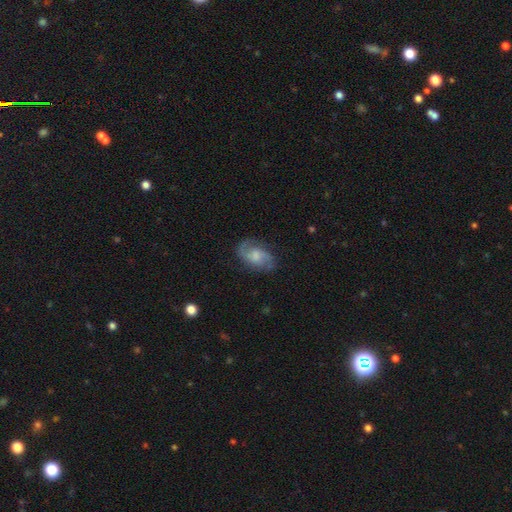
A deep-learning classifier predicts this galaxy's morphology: A featured or disk galaxy (76%) with no bar (48%), 2 (84%) medium (48%) spiral arms (94%) and a moderate central bulge (41%). Merging: none (74%).